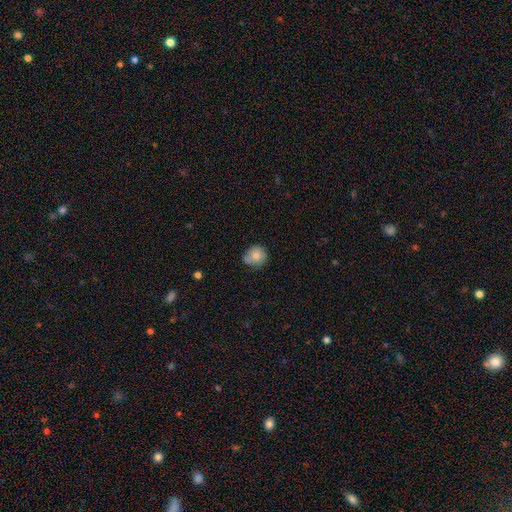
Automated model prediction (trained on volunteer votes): Smooth or featured: smooth — 78% (featured or disk — 13%)
How rounded: round — 85% (in between — 14%)
Merging: none — 58% (minor disturbance — 28%)